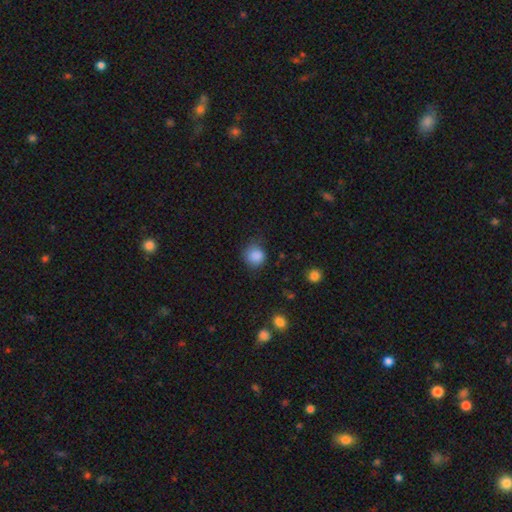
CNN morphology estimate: type=smooth (87%); roundness=round (87%); merging=none (72%).